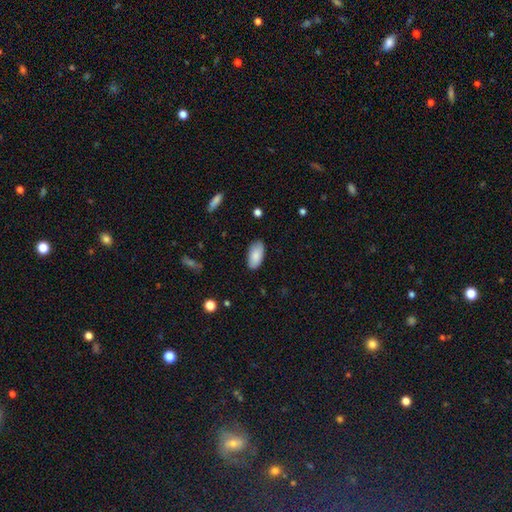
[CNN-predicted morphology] This appears to be a smooth galaxy with no disk features (85%) that is in between round and cigar-shaped (94%). Merging: none (84%).